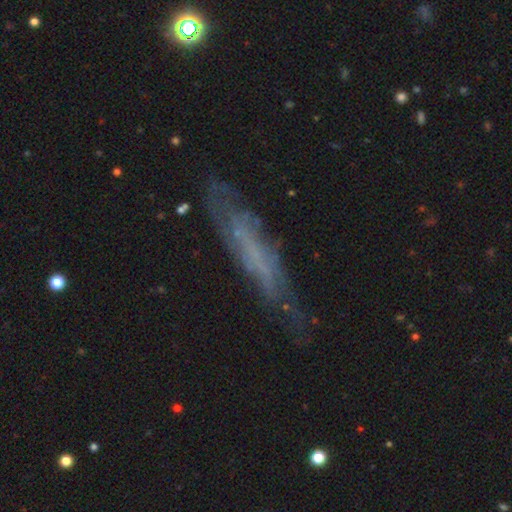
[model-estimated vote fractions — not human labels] featured or disk 58%, smooth 31%, star or artifact 11%. Down the decision tree: edge-on disk — yes (56%); merging — none (63%).